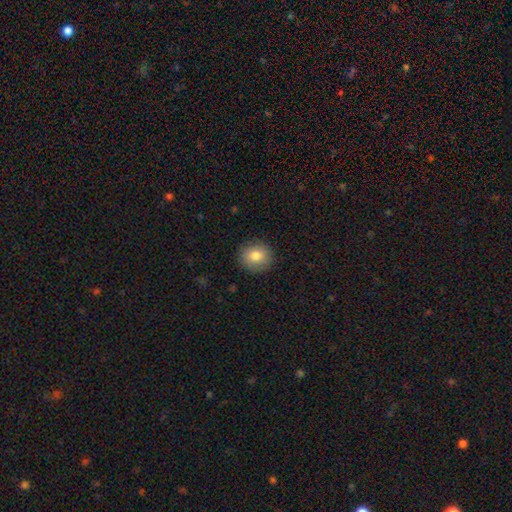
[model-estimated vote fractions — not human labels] A smooth galaxy with no disk features (81%) that is round (84%).

Vote fractions:
- Smooth or featured? smooth: 81% / featured or disk: 10% / star or artifact: 9%
- How rounded? round: 84% / in between: 15% / cigar-shaped: 1%
- Merging? none: 88% / minor disturbance: 8% / major disturbance: 2% / merger: 1%